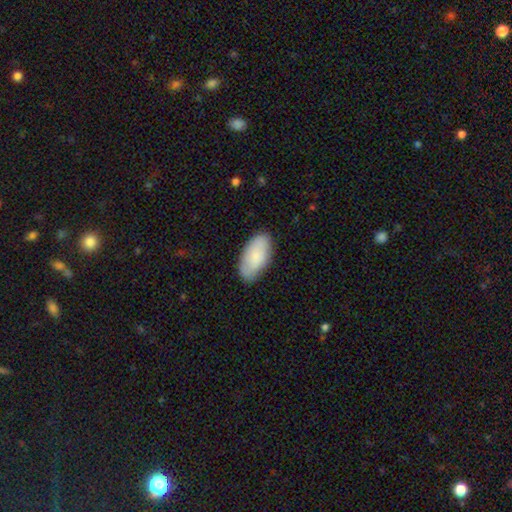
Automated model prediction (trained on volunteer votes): Morphology: type=smooth (80%); roundness=in between (95%); merging=none (83%).